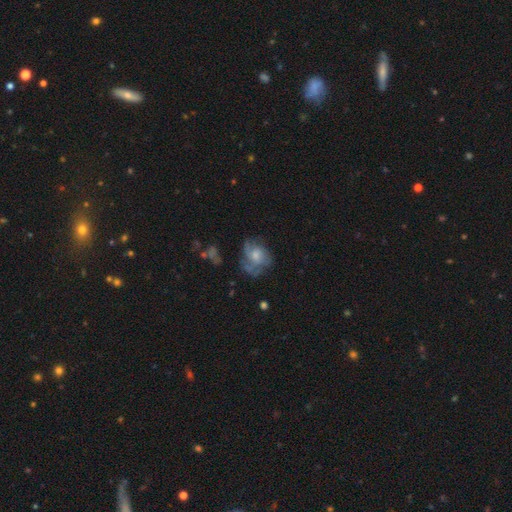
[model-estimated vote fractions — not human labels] smooth_or_featured: featured or disk (p=0.52) [alt: smooth p=0.39]
disk_edge_on: no (p=0.97) [alt: yes p=0.03]
bar: no (p=0.78) [alt: weak p=0.19]
has_spiral_arms: yes (p=0.63) [alt: no p=0.37]
bulge_size: moderate (p=0.44) [alt: small p=0.38]
merging: none (p=0.43) [alt: major disturbance p=0.28]